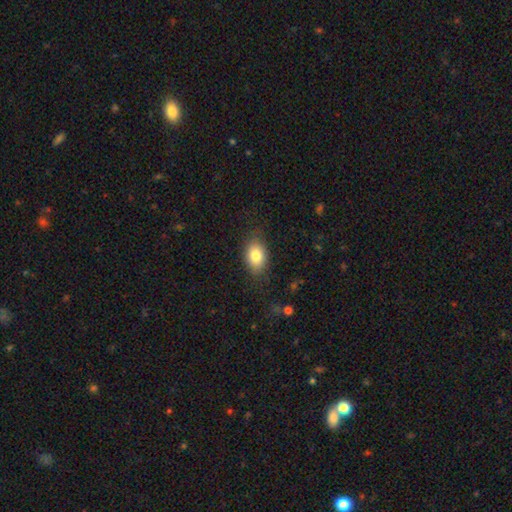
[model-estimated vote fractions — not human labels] Q: Smooth or featured?
A: smooth (82%); runner-up: featured or disk (10%)
Q: How rounded?
A: in between (83%); runner-up: round (15%)
Q: Merging?
A: none (81%); runner-up: minor disturbance (14%)